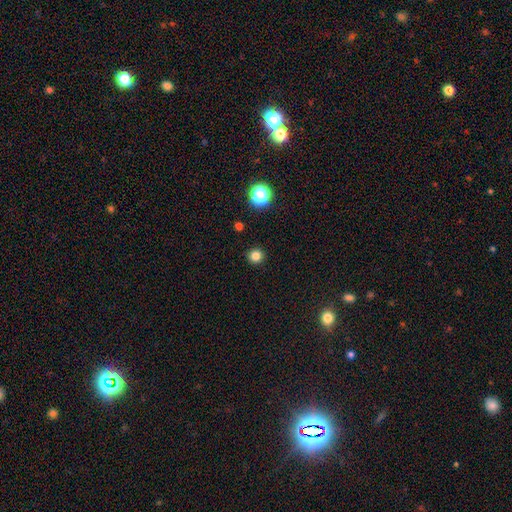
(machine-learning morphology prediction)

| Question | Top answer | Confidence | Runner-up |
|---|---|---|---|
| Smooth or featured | smooth | 82% | star or artifact (14%) |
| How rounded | round | 94% | in between (5%) |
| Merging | none | 93% | minor disturbance (4%) |